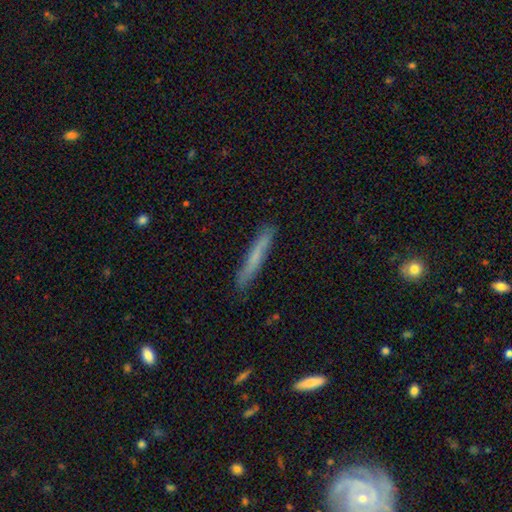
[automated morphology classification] smooth-or-featured: smooth: 61% | featured or disk: 32% | star or artifact: 7%
  how-rounded: cigar-shaped: 96% | in between: 3% | round: 1%
  merging: none: 86% | minor disturbance: 11% | major disturbance: 2% | merger: 1%